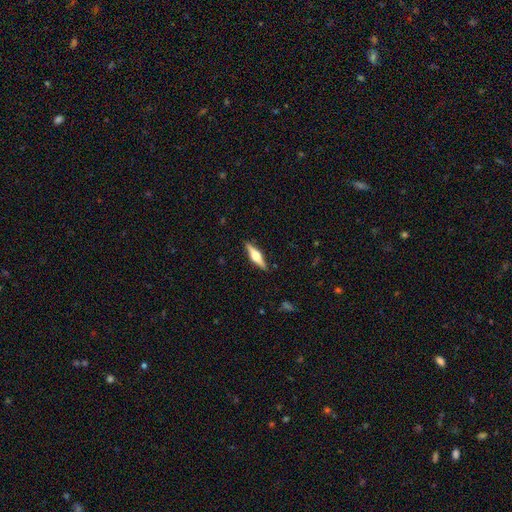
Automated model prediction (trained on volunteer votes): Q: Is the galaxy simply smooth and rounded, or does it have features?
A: featured or disk — 65%.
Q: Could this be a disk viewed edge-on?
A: yes — 97%.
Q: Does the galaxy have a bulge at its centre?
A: rounded — 93%.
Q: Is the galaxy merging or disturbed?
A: none — 90%.